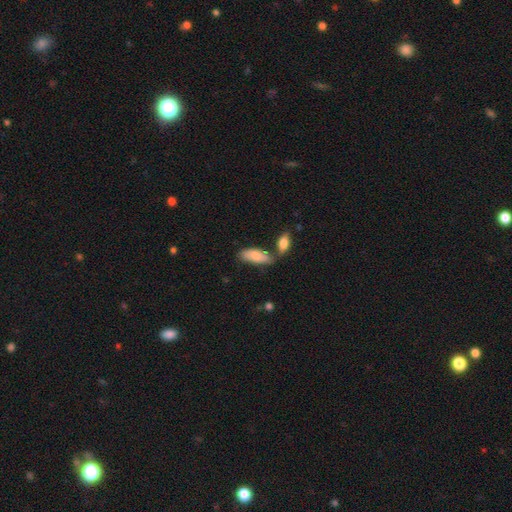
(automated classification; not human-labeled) smooth-or-featured: smooth: 82% | featured or disk: 12% | star or artifact: 6%
  how-rounded: in between: 80% | cigar-shaped: 18% | round: 2%
  merging: none: 56% | merger: 21% | minor disturbance: 19% | major disturbance: 5%